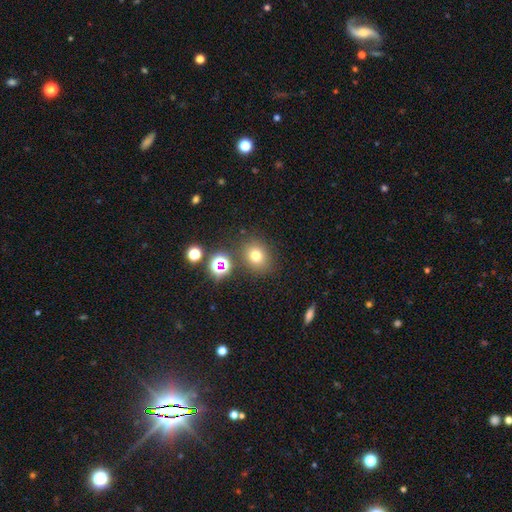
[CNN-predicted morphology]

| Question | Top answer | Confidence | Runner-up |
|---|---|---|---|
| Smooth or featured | smooth | 72% | star or artifact (19%) |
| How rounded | round | 70% | in between (29%) |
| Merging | none | 80% | minor disturbance (10%) |